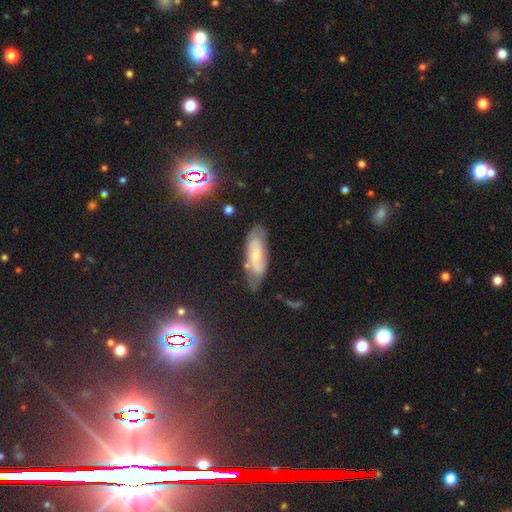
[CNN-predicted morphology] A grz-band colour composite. It shows a featured or disk galaxy (59%). Merging: none (65%).